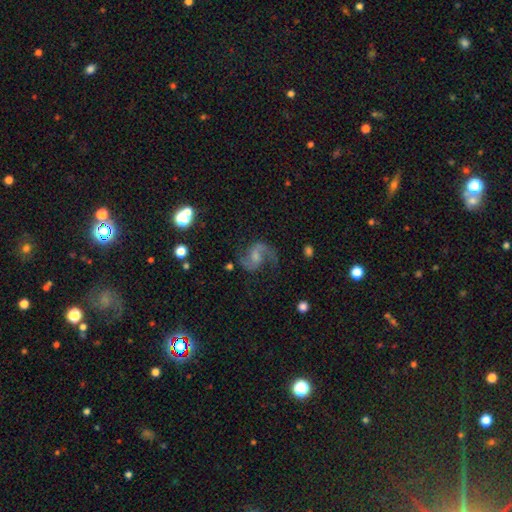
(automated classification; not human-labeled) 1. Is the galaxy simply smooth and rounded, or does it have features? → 86% featured or disk, 7% star or artifact, 7% smooth.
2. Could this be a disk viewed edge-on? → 98% no, 2% yes.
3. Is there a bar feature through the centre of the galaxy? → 48% weak, 39% no, 13% strong.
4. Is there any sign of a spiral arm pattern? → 97% yes, 3% no.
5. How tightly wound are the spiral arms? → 49% loose, 45% medium, 7% tight.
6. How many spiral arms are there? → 92% 2, 3% 1, 2% can't tell, 1% 3, 1% 4, 1% more than 4.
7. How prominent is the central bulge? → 41% small, 31% moderate, 22% none, 4% large, 1% dominant.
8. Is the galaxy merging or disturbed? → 73% none, 15% minor disturbance, 10% major disturbance, 2% merger.